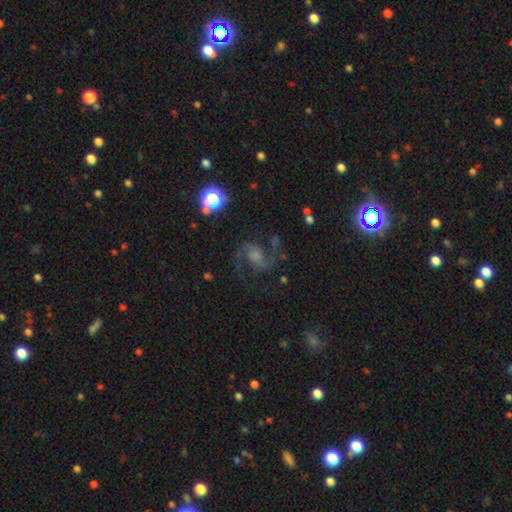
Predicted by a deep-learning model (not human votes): smooth-or-featured: featured or disk: 82% | star or artifact: 10% | smooth: 8%
  disk-edge-on: no: 98% | yes: 2%
    bar: no: 55% | weak: 36% | strong: 9%
    has-spiral-arms: yes: 97% | no: 3%
      spiral-winding: medium: 57% | loose: 33% | tight: 10%
      spiral-arm-count: 2: 92% | can't tell: 2% | 3: 2% | 1: 2% | 4: 1% | more than 4: 1%
    bulge-size: moderate: 30% | small: 27% | none: 27% | large: 14% | dominant: 3%
  merging: none: 72% | minor disturbance: 14% | major disturbance: 11% | merger: 2%